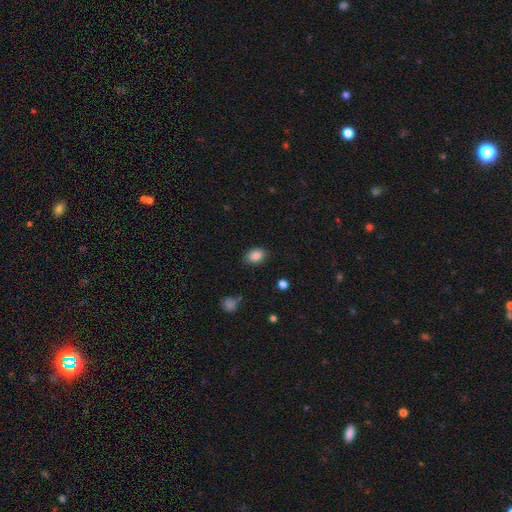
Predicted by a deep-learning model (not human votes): A smooth galaxy with no disk features (86%) that is in between round and cigar-shaped (74%).

Vote fractions:
- Smooth or featured? smooth: 86% / star or artifact: 9% / featured or disk: 5%
- How rounded? in between: 74% / round: 25% / cigar-shaped: 1%
- Merging? none: 83% / minor disturbance: 13% / major disturbance: 3% / merger: 1%